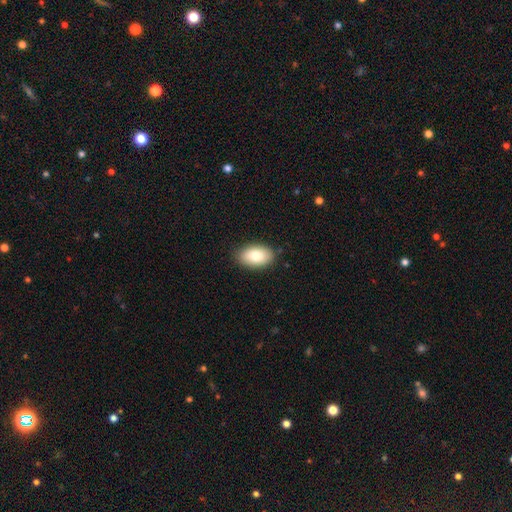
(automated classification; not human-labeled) smooth 80%, featured or disk 13%, star or artifact 7%. Down the decision tree: how rounded — in between (92%); merging — none (86%).